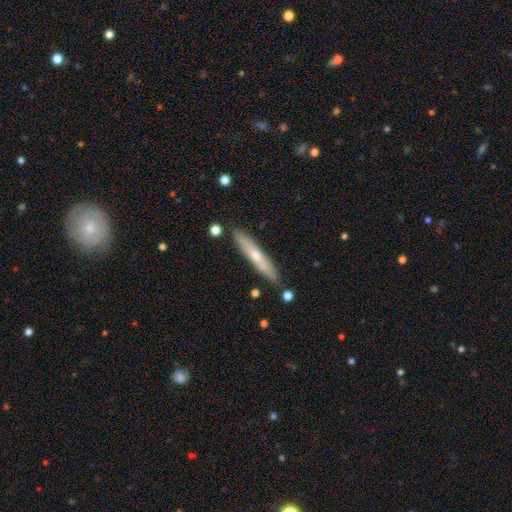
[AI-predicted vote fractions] smooth_or_featured: featured or disk (p=0.48) [alt: smooth p=0.46]
merging: none (p=0.87) [alt: minor disturbance p=0.09]